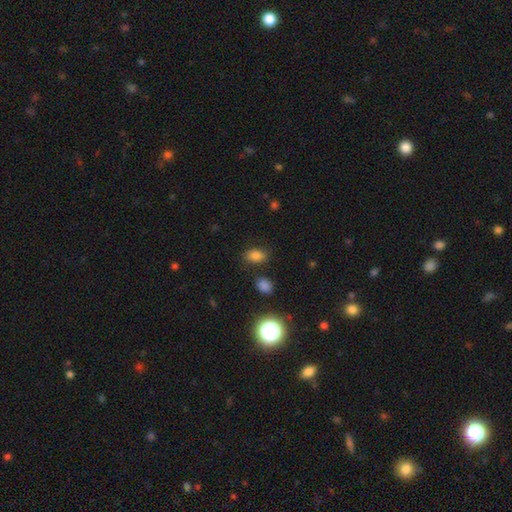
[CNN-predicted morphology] smooth 80%, star or artifact 14%, featured or disk 6%. Down the decision tree: how rounded — in between (82%); merging — none (80%).